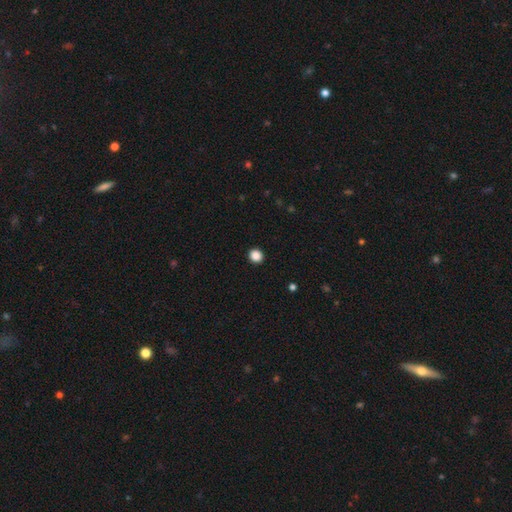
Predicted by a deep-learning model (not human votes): smooth_or_featured: smooth (p=0.87) [alt: star or artifact p=0.11]
how_rounded: round (p=0.90) [alt: in between p=0.09]
merging: none (p=0.93) [alt: minor disturbance p=0.04]